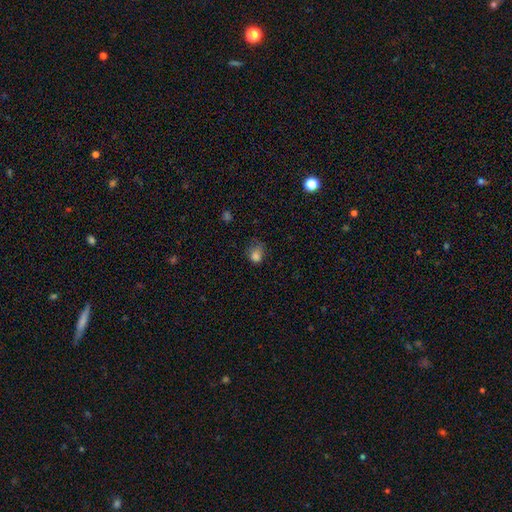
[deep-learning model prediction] Q: Smooth or featured?
A: smooth (79%); runner-up: star or artifact (13%)
Q: How rounded?
A: round (52%); runner-up: in between (47%)
Q: Merging?
A: none (38%); runner-up: minor disturbance (35%)